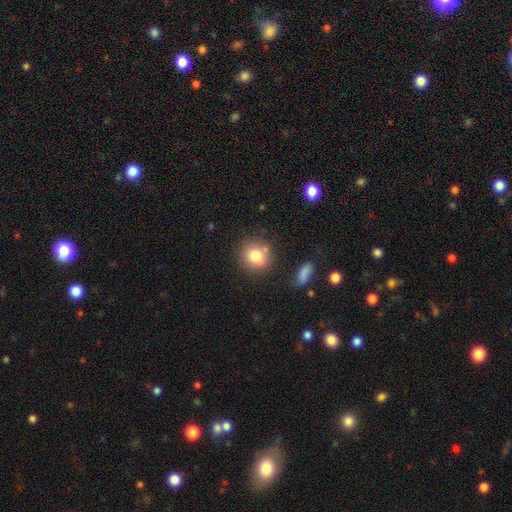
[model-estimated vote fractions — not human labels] This is likely a smooth galaxy (77%). How rounded: clearly round (86%). Merging: likely none (74%).